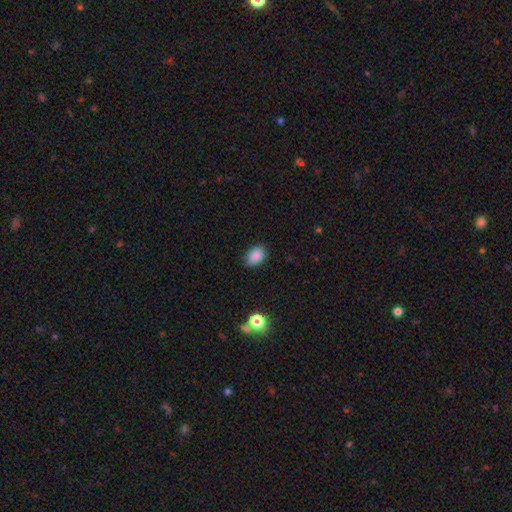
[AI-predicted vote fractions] The model was most divided on "how rounded": in between: 80%, round: 19%, cigar-shaped: 1%. More confident: smooth or featured — smooth (87%); merging — none (83%).